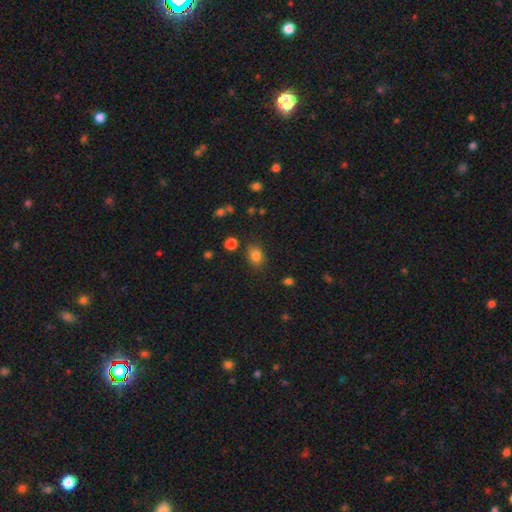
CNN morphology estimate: Q: Smooth or featured?
A: smooth (81%); runner-up: star or artifact (12%)
Q: How rounded?
A: in between (63%); runner-up: round (36%)
Q: Merging?
A: none (78%); runner-up: minor disturbance (14%)